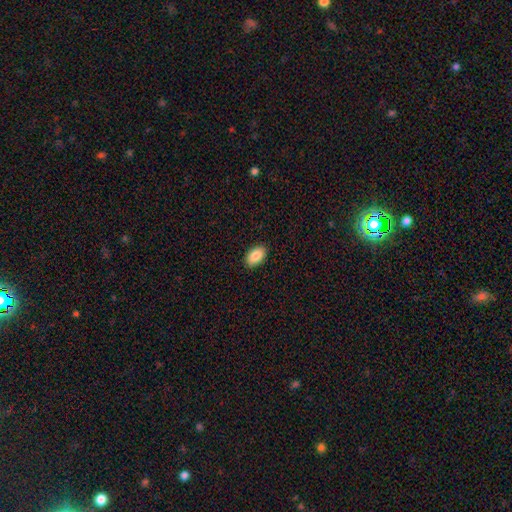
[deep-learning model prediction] A smooth galaxy with no disk features (88%) that is in between round and cigar-shaped (94%).

Vote fractions:
- Smooth or featured? smooth: 88% / star or artifact: 7% / featured or disk: 5%
- How rounded? in between: 94% / round: 5% / cigar-shaped: 2%
- Merging? none: 90% / minor disturbance: 8% / major disturbance: 2% / merger: 1%